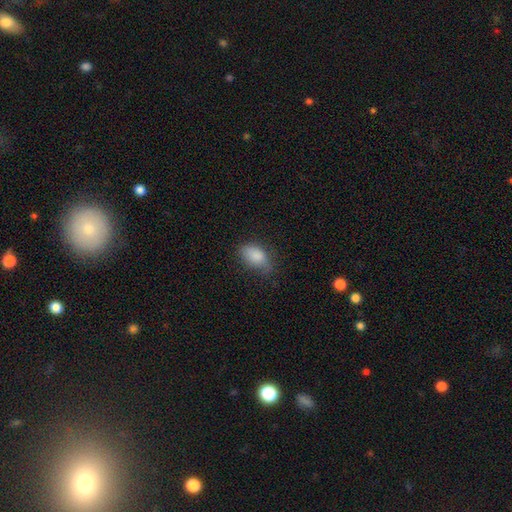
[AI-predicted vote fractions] Overall: smooth (85%). How rounded: in between (89%). Merging: none (56%; minor disturbance 33%).